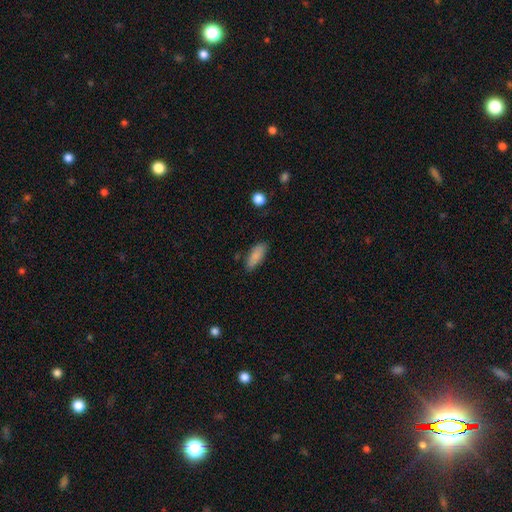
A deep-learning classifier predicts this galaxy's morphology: This is clearly a smooth galaxy (86%). How rounded: likely in between (70%). Merging: clearly none (82%).